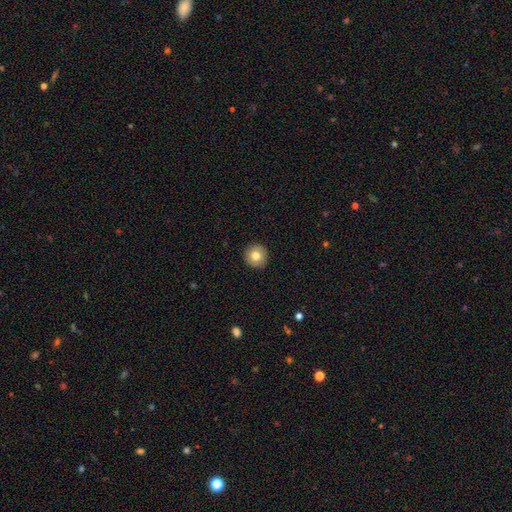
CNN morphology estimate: A smooth galaxy with no disk features (80%) that is round (95%). Merging: none (91%).